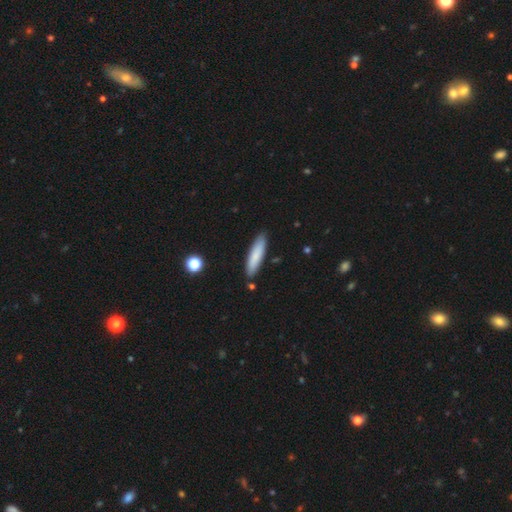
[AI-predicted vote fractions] This is clearly a smooth galaxy (81%). How rounded: likely cigar-shaped (75%). Merging: clearly none (86%).